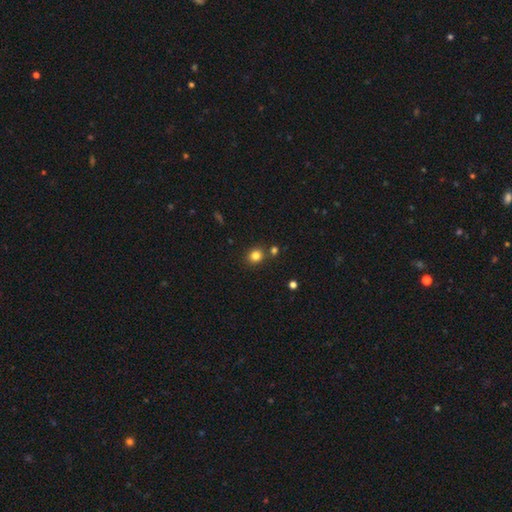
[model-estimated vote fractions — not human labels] Smooth or featured: smooth — 81% (star or artifact — 13%)
How rounded: round — 80% (in between — 19%)
Merging: none — 80% (merger — 9%)